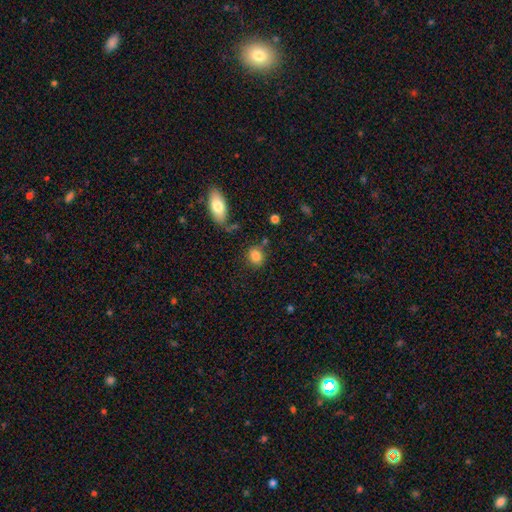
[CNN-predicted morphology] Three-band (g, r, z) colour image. It shows a smooth galaxy with no disk features (84%) that is round (61%). Merging: none (76%).